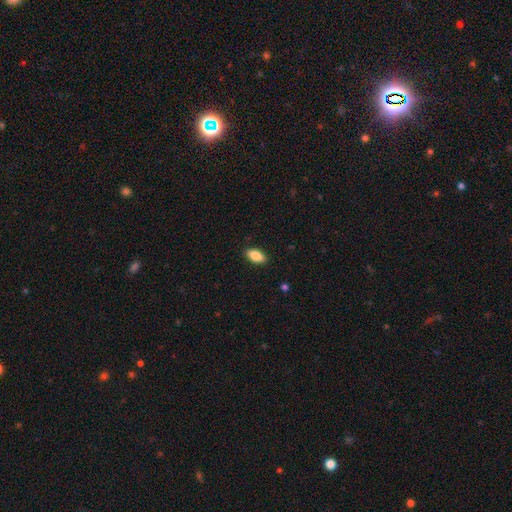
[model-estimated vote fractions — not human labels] A smooth galaxy with no disk features (88%) that is in between round and cigar-shaped (92%).

Vote fractions:
- Smooth or featured? smooth: 88% / star or artifact: 7% / featured or disk: 5%
- How rounded? in between: 92% / cigar-shaped: 5% / round: 3%
- Merging? none: 89% / minor disturbance: 8% / major disturbance: 2% / merger: 1%